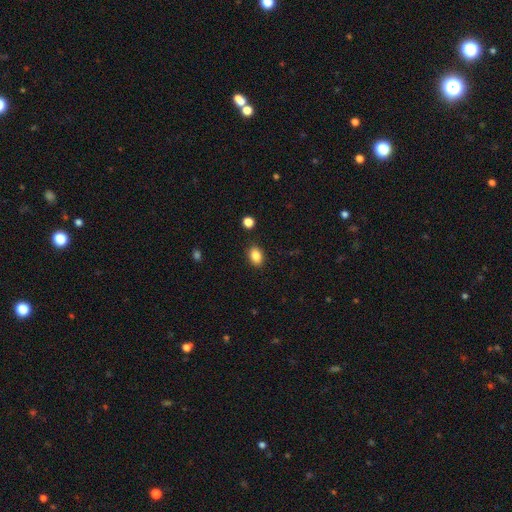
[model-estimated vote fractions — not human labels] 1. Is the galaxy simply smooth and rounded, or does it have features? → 86% smooth, 9% star or artifact, 5% featured or disk.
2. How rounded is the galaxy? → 81% in between, 18% round, 1% cigar-shaped.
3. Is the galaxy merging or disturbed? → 87% none, 9% minor disturbance, 2% major disturbance, 2% merger.